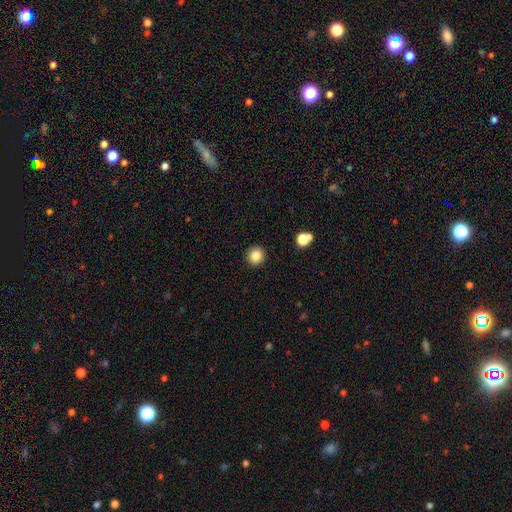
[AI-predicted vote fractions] Overall: smooth (84%). How rounded: round (90%). Merging: none (92%).